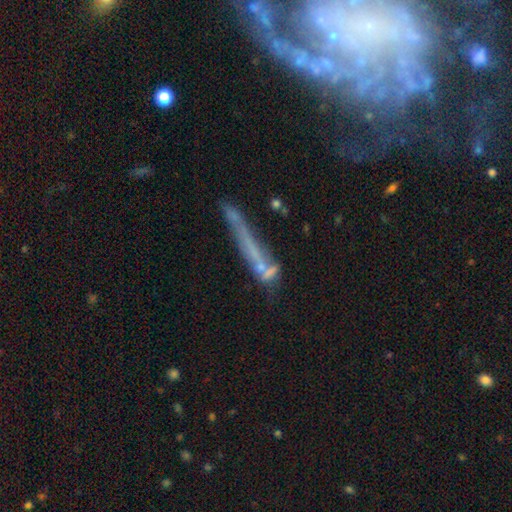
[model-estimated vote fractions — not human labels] Smooth or featured: featured or disk — 49% (smooth — 37%)
Merging: none — 43% (minor disturbance — 21%)